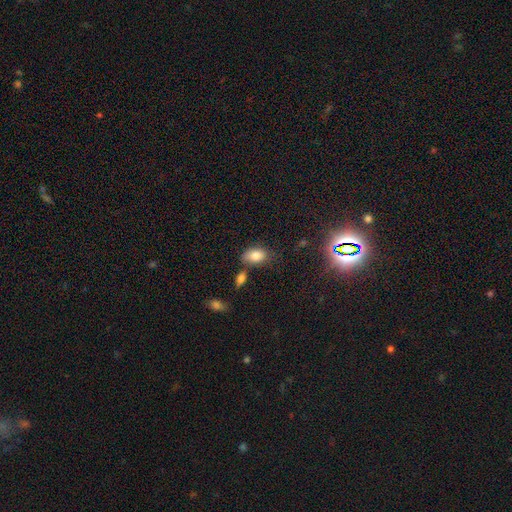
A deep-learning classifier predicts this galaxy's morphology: smooth_or_featured: smooth (p=0.81) [alt: featured or disk p=0.10]
how_rounded: in between (p=0.89) [alt: round p=0.10]
merging: none (p=0.66) [alt: minor disturbance p=0.17]